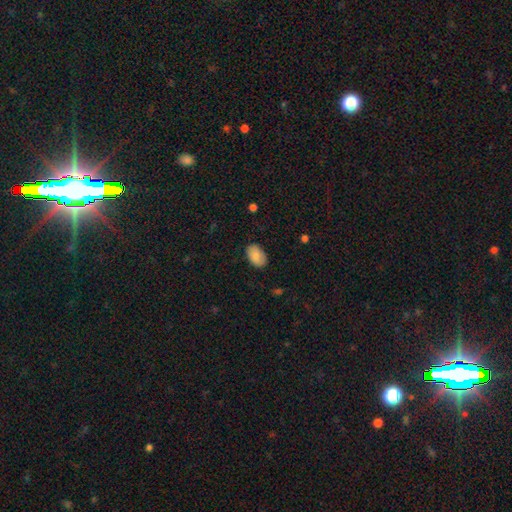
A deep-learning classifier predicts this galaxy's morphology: Smooth or featured: smooth — 85% (featured or disk — 9%)
How rounded: in between — 90% (round — 9%)
Merging: none — 85% (minor disturbance — 12%)